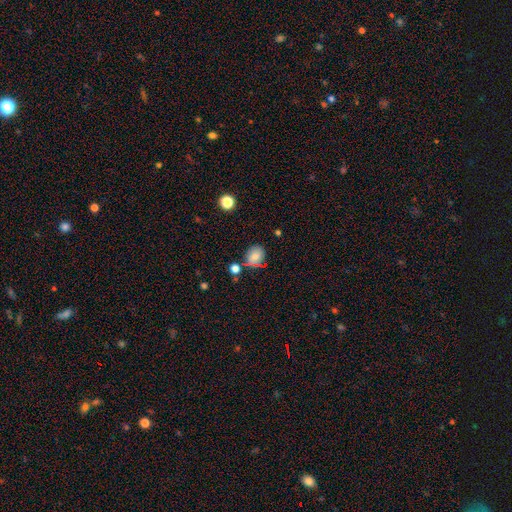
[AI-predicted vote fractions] Overall: smooth (68%). How rounded: round (63%; in between 36%). Merging: none (69%).